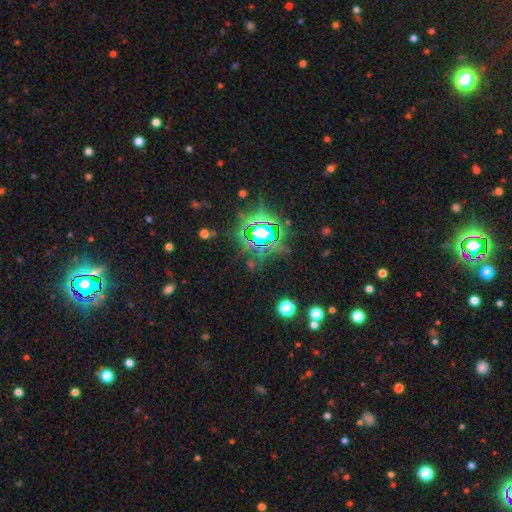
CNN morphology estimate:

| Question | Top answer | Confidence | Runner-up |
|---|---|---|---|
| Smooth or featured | star or artifact | 85% | smooth (9%) |